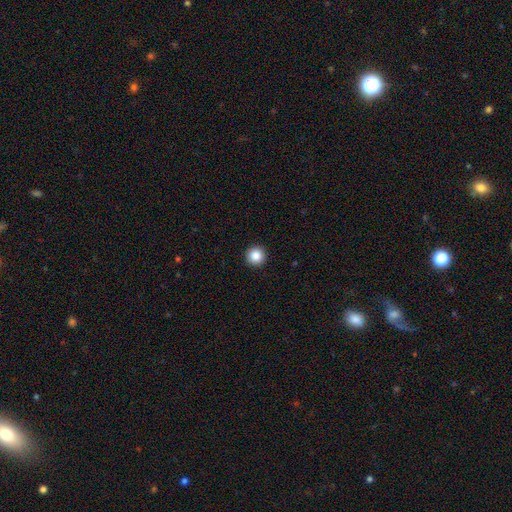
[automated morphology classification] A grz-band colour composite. It shows a smooth galaxy with no disk features (87%) that is round (96%). Merging: none (94%).